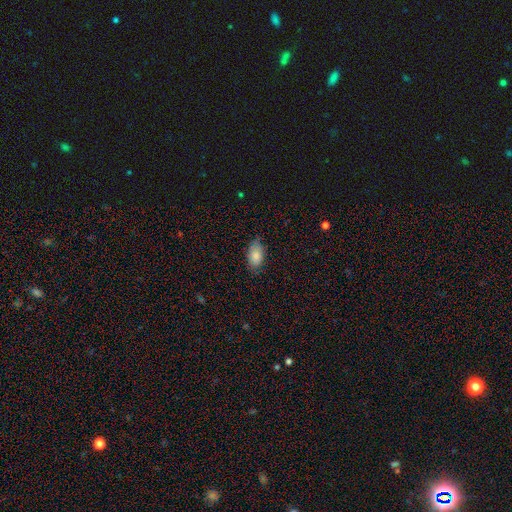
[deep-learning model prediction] Smooth or featured? smooth (84%)
How rounded? in between (92%)
Merging? none (74%)